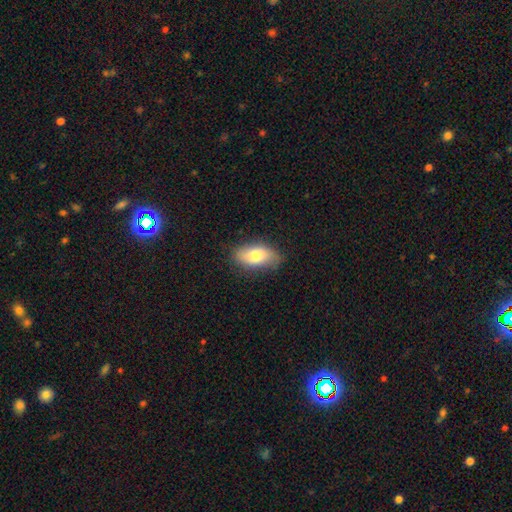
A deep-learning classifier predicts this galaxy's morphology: smooth_or_featured: smooth (p=0.75) [alt: featured or disk p=0.18]
how_rounded: in between (p=0.90) [alt: cigar-shaped p=0.06]
merging: none (p=0.81) [alt: minor disturbance p=0.15]